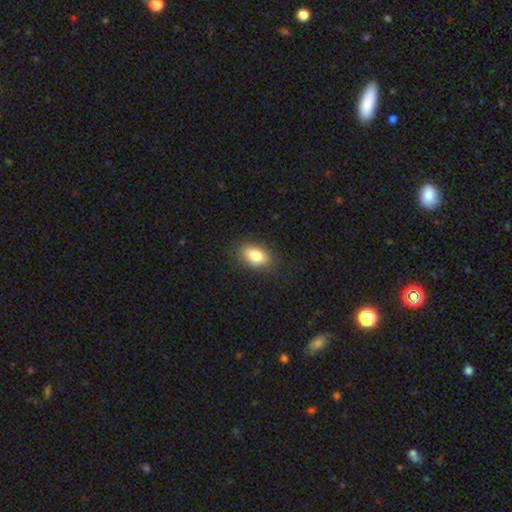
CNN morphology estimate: Smooth or featured? Predicted: smooth (p=0.82). How rounded? Predicted: in between (p=0.86). Merging? Predicted: none (p=0.84).